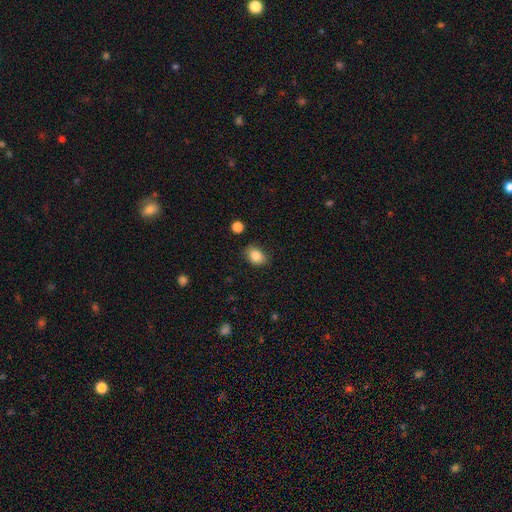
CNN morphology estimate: smooth_or_featured: smooth (p=0.87) [alt: star or artifact p=0.09]
how_rounded: in between (p=0.70) [alt: round p=0.28]
merging: none (p=0.78) [alt: minor disturbance p=0.17]